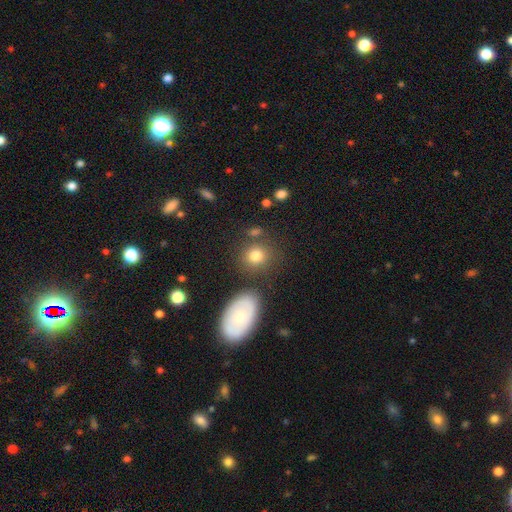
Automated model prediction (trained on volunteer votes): This appears to be a smooth galaxy with no disk features (79%) that is round (78%). Merging: none (75%).